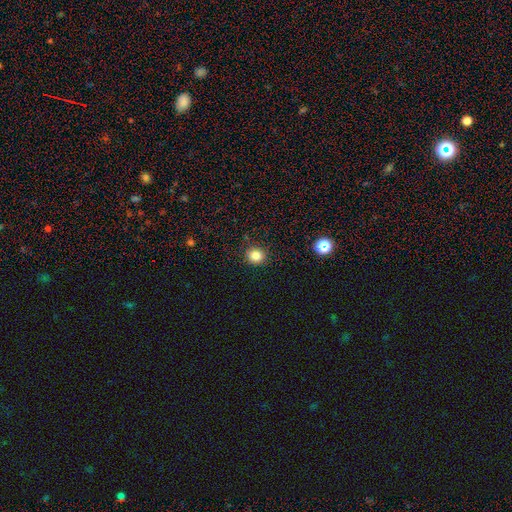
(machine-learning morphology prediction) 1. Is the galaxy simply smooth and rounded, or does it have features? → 83% smooth, 12% star or artifact, 5% featured or disk.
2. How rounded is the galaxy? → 85% round, 14% in between, 1% cigar-shaped.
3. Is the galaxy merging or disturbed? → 89% none, 8% minor disturbance, 2% major disturbance, 1% merger.